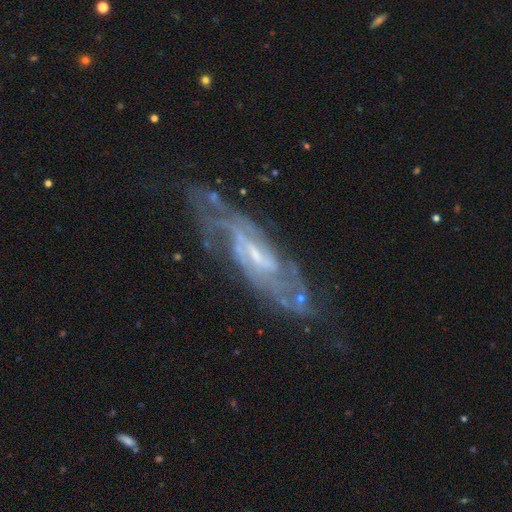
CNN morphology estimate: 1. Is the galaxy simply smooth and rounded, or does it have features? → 87% featured or disk, 7% star or artifact, 6% smooth.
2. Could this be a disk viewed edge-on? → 86% no, 14% yes.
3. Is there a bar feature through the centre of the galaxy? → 53% weak, 25% no, 22% strong.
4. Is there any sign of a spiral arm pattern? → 95% yes, 5% no.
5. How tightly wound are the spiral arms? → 44% medium, 43% tight, 13% loose.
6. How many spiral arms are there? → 44% 2, 31% can't tell, 11% 3, 7% 4, 4% more than 4, 4% 1.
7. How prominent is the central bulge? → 59% small, 28% moderate, 10% none, 2% large, 1% dominant.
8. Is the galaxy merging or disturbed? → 69% none, 19% minor disturbance, 9% major disturbance, 3% merger.